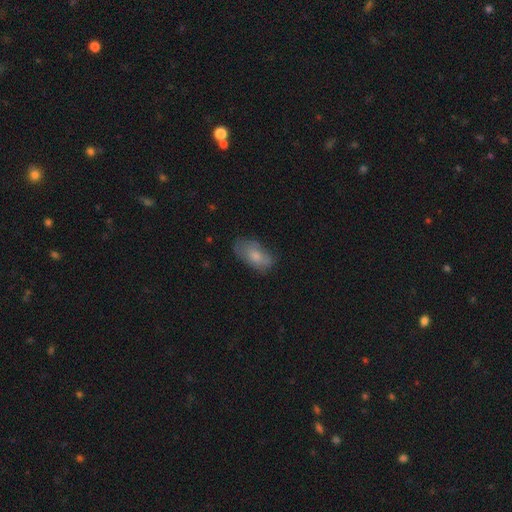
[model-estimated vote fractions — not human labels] Smooth or featured? smooth (72%)
How rounded? in between (91%)
Merging? none (65%)